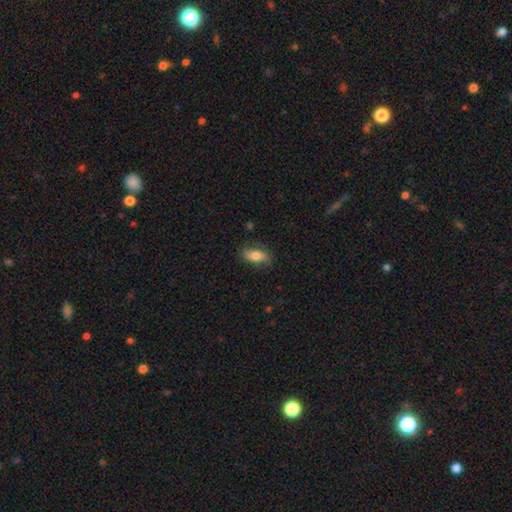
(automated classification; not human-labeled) Q: Smooth or featured?
A: smooth (67%); runner-up: featured or disk (26%)
Q: How rounded?
A: in between (81%); runner-up: cigar-shaped (14%)
Q: Merging?
A: none (77%); runner-up: minor disturbance (17%)